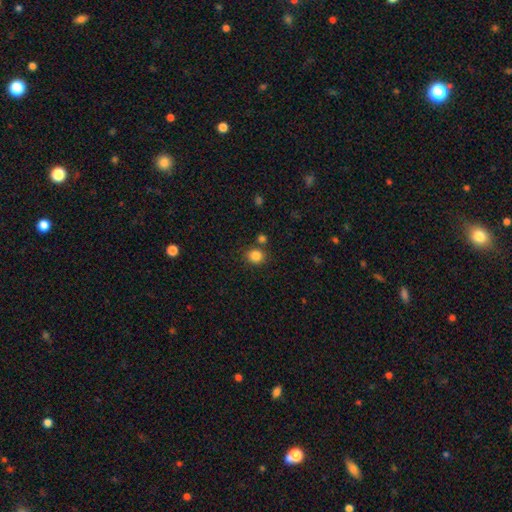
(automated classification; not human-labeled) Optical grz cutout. It shows a smooth galaxy with no disk features (84%) that is round (79%). Merging: none (78%).